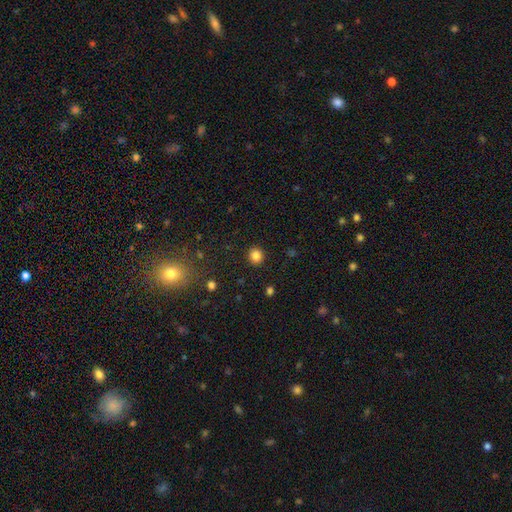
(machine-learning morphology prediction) type=smooth (84%); roundness=round (89%); merging=none (91%).